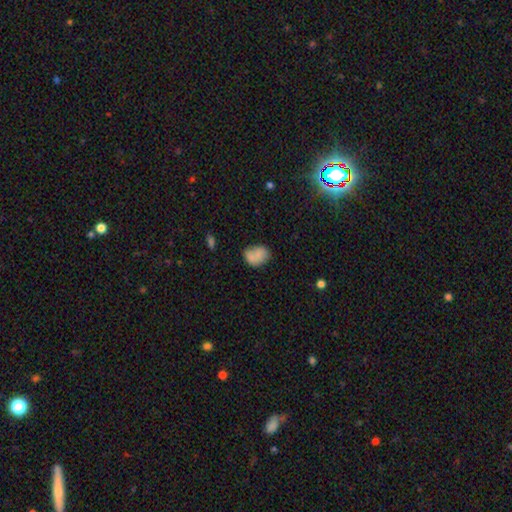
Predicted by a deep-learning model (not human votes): smooth_or_featured: smooth (p=0.77) [alt: featured or disk p=0.14]
how_rounded: in between (p=0.61) [alt: round p=0.38]
merging: none (p=0.53) [alt: minor disturbance p=0.26]